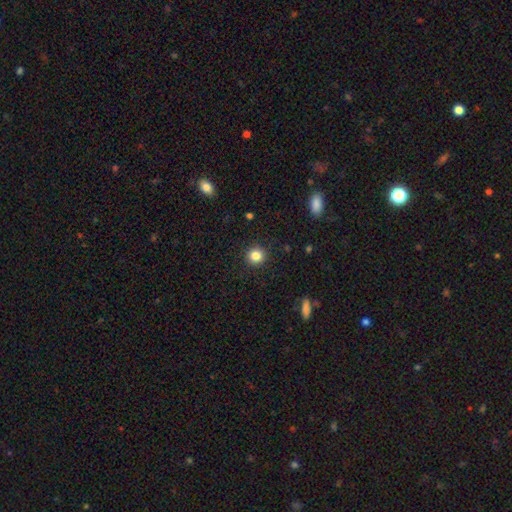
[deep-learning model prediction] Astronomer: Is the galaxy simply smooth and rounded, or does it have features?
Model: smooth — 84%.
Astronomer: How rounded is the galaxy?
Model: round — 93%.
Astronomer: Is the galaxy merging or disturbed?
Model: none — 92%.